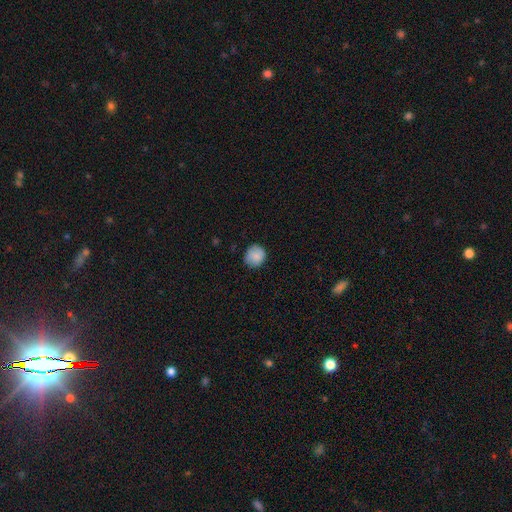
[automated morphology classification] Smooth or featured: smooth — 86% (star or artifact — 8%)
How rounded: round — 87% (in between — 12%)
Merging: none — 82% (minor disturbance — 15%)